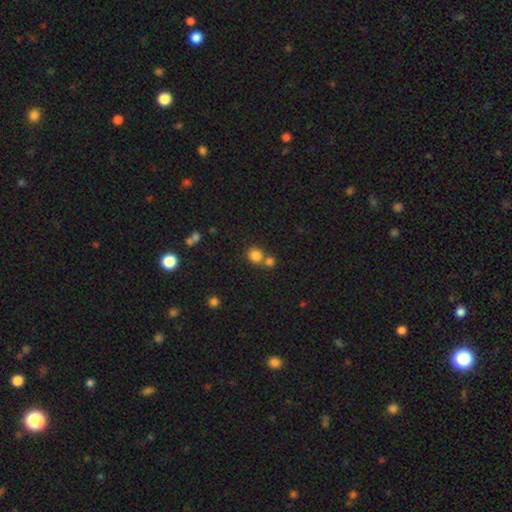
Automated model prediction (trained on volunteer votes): The model was most divided on "merging": none: 57%, merger: 31%, minor disturbance: 8%, major disturbance: 3%. More confident: how rounded — round (83%); smooth or featured — smooth (82%).